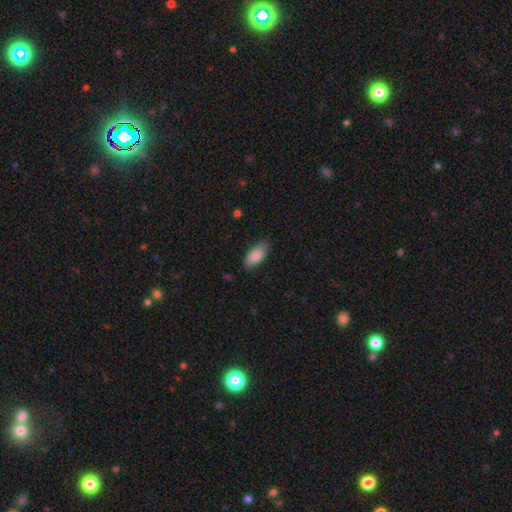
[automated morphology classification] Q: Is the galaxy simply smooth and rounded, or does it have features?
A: smooth — 85%.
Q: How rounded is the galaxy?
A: in between — 92%.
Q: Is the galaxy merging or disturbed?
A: none — 82%.